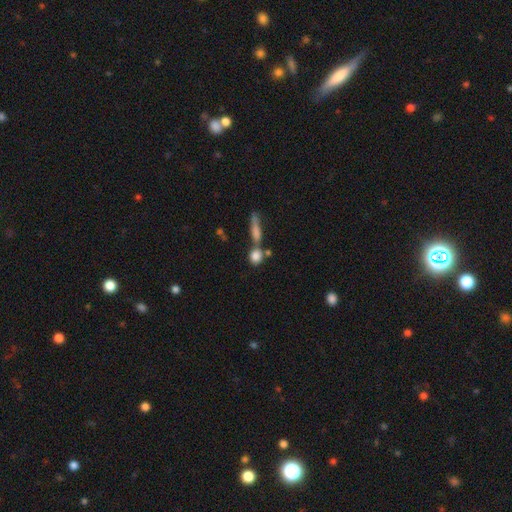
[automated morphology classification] smooth_or_featured: smooth (p=0.82) [alt: featured or disk p=0.09]
how_rounded: round (p=0.69) [alt: in between p=0.22]
merging: none (p=0.50) [alt: merger p=0.34]